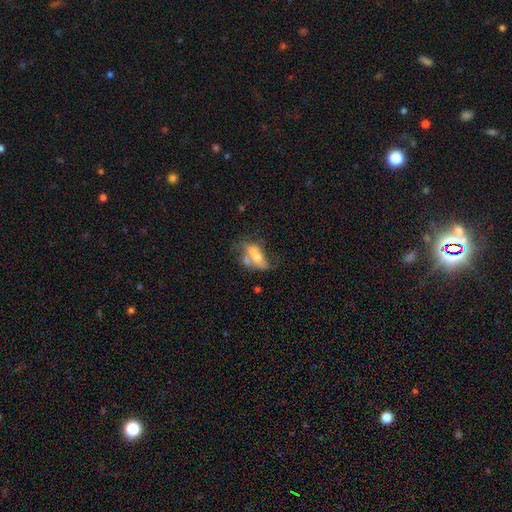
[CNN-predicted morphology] Smooth or featured?
  - smooth: 45% * (tied)
  - featured or disk: 45% * (tied)
  - star or artifact: 10%
Merging?
  - merger: 55% *
  - none: 21%
  - major disturbance: 12%
  - minor disturbance: 11%